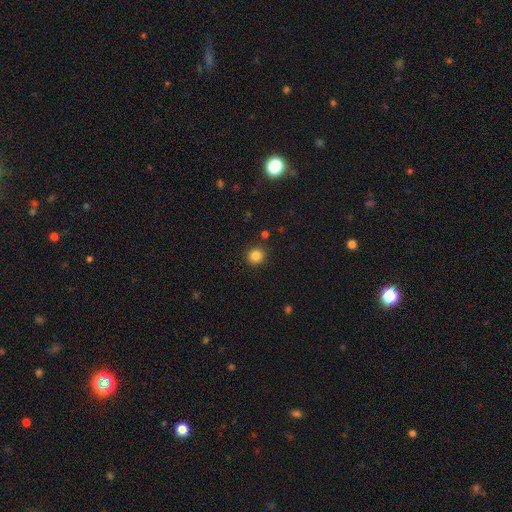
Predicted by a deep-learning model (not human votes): Morphology: type=smooth (85%); roundness=round (91%); merging=none (90%).